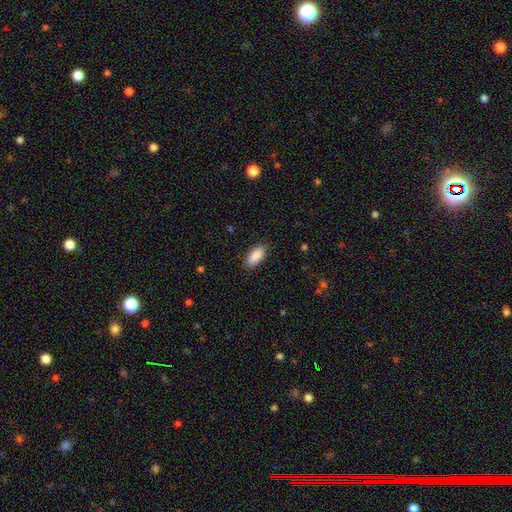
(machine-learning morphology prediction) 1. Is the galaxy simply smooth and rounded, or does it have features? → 90% smooth, 6% star or artifact, 4% featured or disk.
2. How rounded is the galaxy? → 87% in between, 11% cigar-shaped, 2% round.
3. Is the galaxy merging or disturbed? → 87% none, 10% minor disturbance, 2% major disturbance, 1% merger.